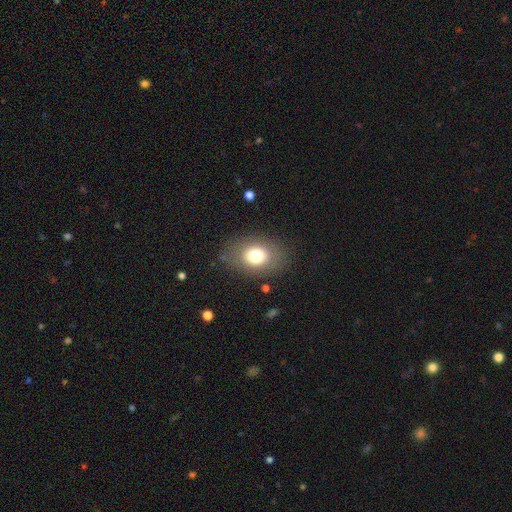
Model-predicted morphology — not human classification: A smooth galaxy with no disk features (72%) that is in between round and cigar-shaped (70%). Merging: none (82%).